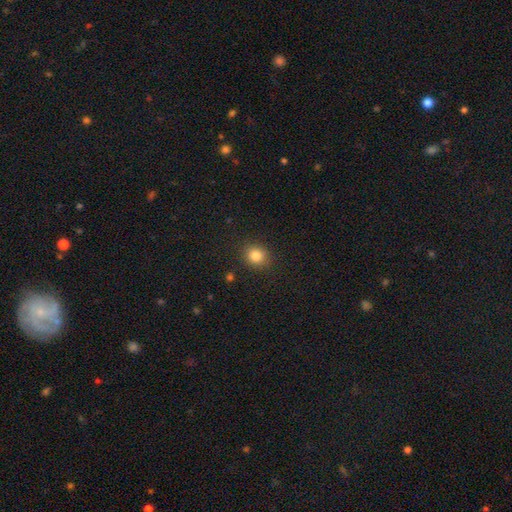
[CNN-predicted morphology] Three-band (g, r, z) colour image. It shows a smooth galaxy with no disk features (83%) that is round (79%). Merging: none (89%).